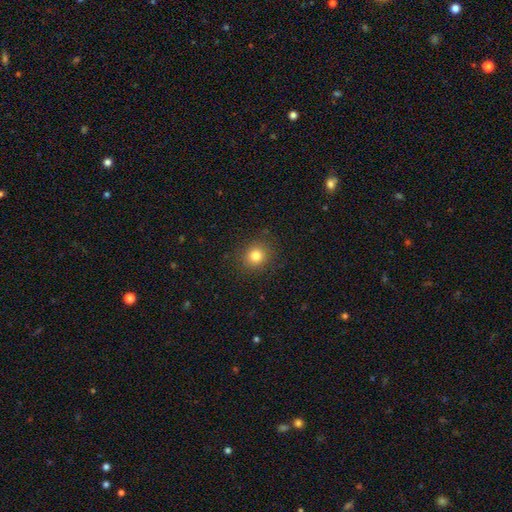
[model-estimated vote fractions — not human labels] Morphology: type=smooth (80%); roundness=round (85%); merging=none (89%).